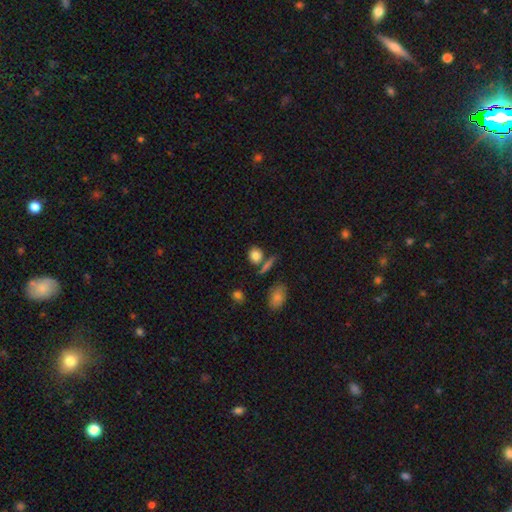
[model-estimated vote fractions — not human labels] smooth_or_featured: smooth (p=0.83) [alt: star or artifact p=0.10]
how_rounded: round (p=0.66) [alt: in between p=0.31]
merging: none (p=0.70) [alt: merger p=0.14]